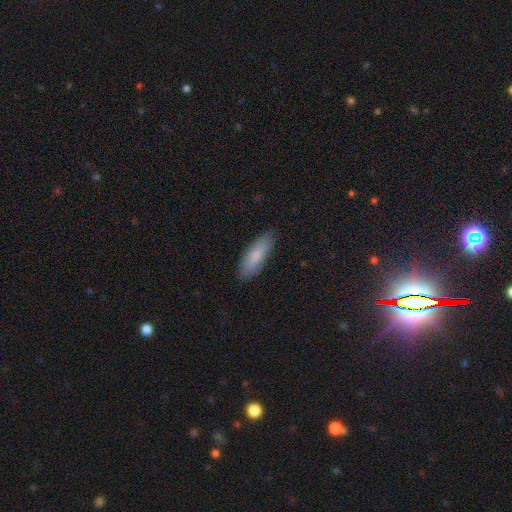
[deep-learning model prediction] Smooth or featured? smooth (81%)
How rounded? in between (55%)
Merging? none (83%)